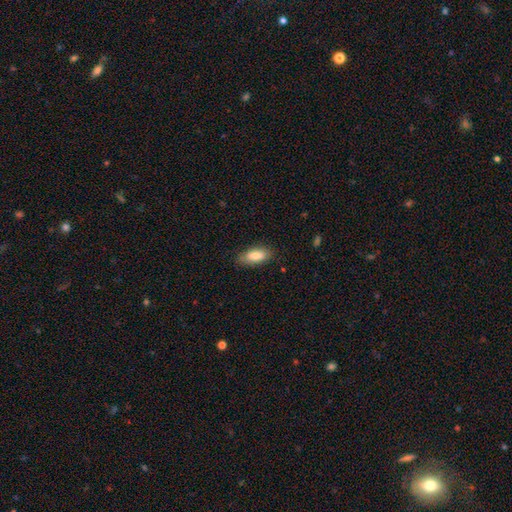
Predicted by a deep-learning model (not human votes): A smooth galaxy with no disk features (82%) that is in between round and cigar-shaped (86%). Merging: none (81%).